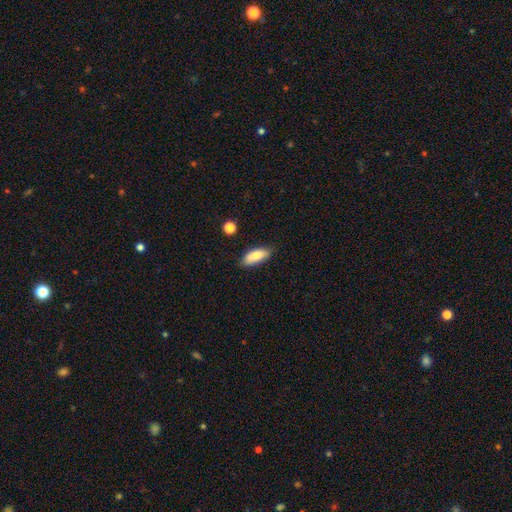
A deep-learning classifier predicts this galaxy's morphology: This is clearly a smooth galaxy (83%). How rounded: likely in between (76%). Merging: likely none (78%).